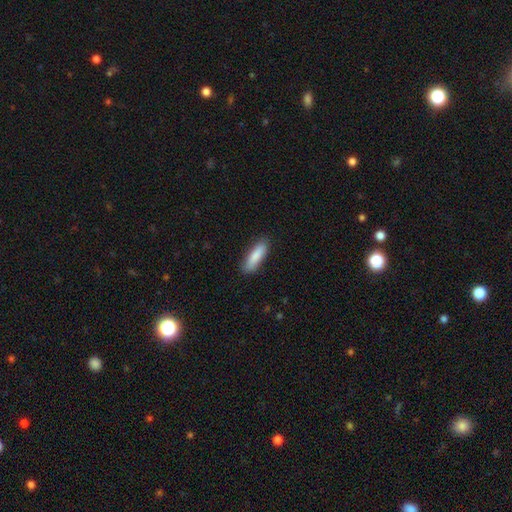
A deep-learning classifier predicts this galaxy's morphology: The model was most divided on "how rounded": cigar-shaped: 56%, in between: 42%, round: 2%. More confident: merging — none (86%); smooth or featured — smooth (86%).